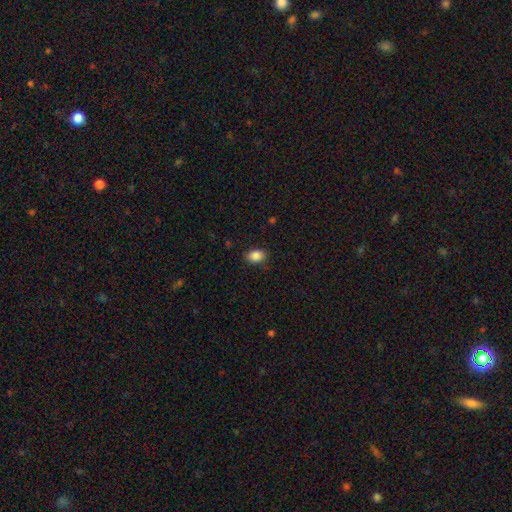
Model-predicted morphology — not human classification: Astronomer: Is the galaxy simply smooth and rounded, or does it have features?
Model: smooth — 87%.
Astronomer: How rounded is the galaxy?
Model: in between — 74%.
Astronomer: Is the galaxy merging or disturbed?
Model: none — 85%.